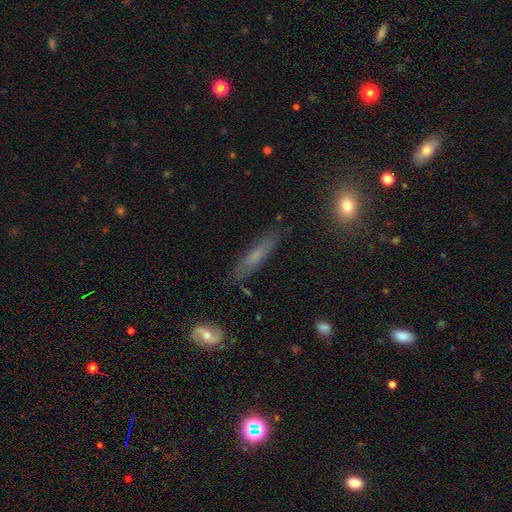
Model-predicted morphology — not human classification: This is possibly a smooth galaxy (48%). Merging: clearly none (81%).